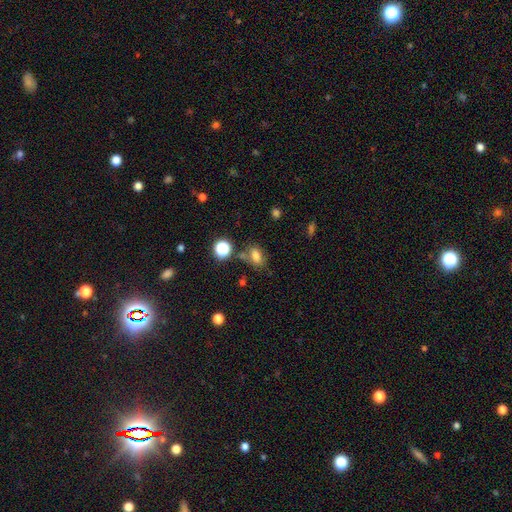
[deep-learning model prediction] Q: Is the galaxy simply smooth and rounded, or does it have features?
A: smooth — 74%.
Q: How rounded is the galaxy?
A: in between — 78%.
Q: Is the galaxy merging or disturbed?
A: none — 63%.